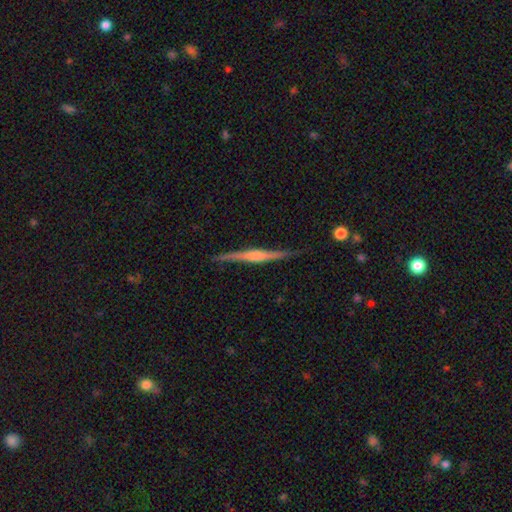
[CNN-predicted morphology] Smooth or featured: featured or disk — 76% (smooth — 18%)
Edge-on disk: yes — 98% (no — 2%)
Edge-on bulge: rounded — 65% (boxy — 19%)
Merging: none — 87% (minor disturbance — 10%)